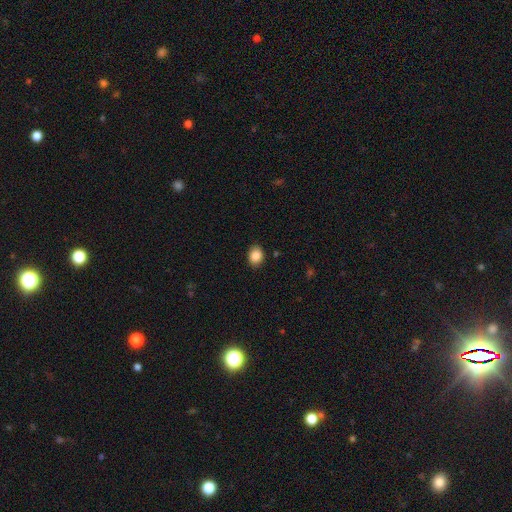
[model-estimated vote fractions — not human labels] The model was most divided on "how rounded": in between: 56%, round: 43%, cigar-shaped: 1%. More confident: merging — none (88%); smooth or featured — smooth (86%).